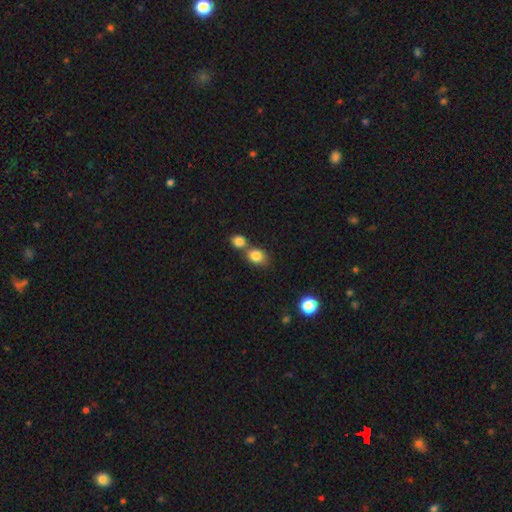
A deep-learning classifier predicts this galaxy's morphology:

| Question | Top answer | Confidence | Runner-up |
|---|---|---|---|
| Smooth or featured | smooth | 83% | star or artifact (10%) |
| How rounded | round | 50% | in between (48%) |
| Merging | merger | 45% | none (44%) |